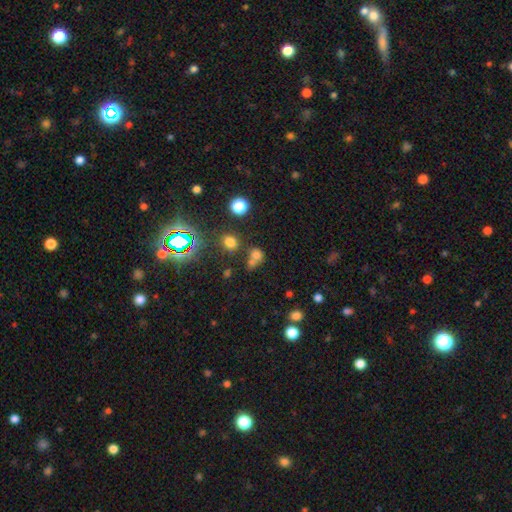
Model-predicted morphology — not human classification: Q: Smooth or featured?
A: smooth (64%); runner-up: star or artifact (26%)
Q: How rounded?
A: round (71%); runner-up: in between (27%)
Q: Merging?
A: none (45%); runner-up: merger (40%)